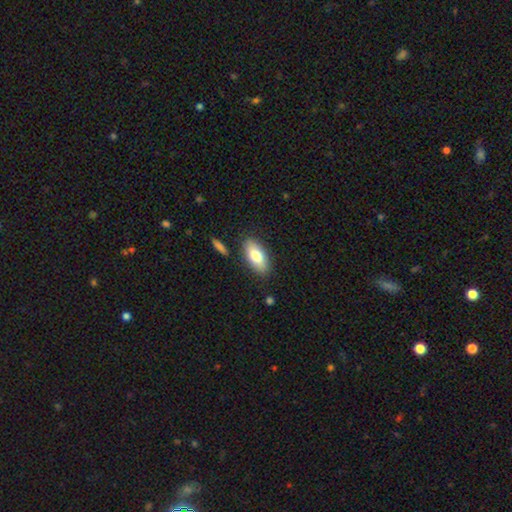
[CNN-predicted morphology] Q: Smooth or featured?
A: smooth (78%); runner-up: featured or disk (16%)
Q: How rounded?
A: in between (89%); runner-up: cigar-shaped (8%)
Q: Merging?
A: none (85%); runner-up: minor disturbance (10%)